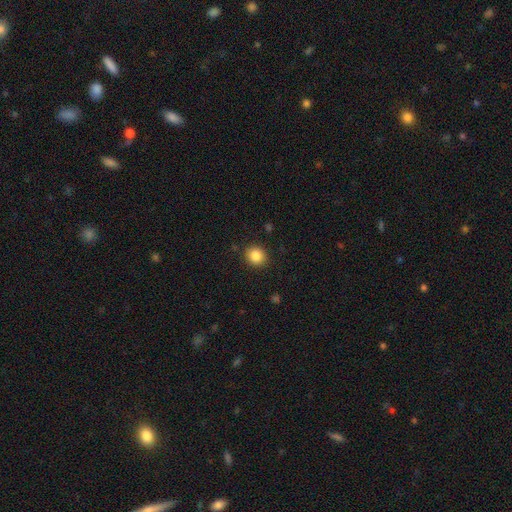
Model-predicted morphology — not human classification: smooth 85%, star or artifact 10%, featured or disk 5%. Down the decision tree: how rounded — round (83%); merging — none (90%).